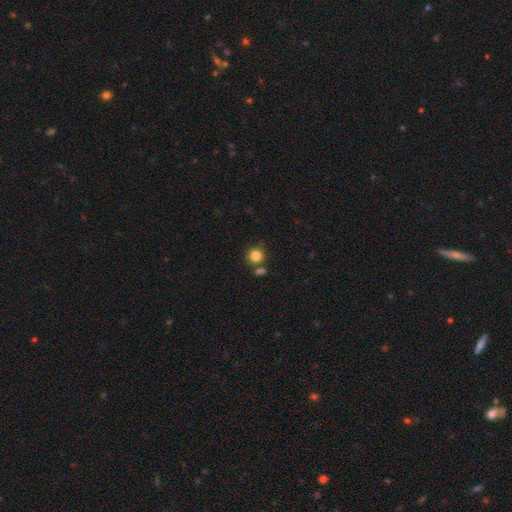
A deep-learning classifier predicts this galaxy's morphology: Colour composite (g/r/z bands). It shows a smooth galaxy with no disk features (84%) that is round (91%). Merging: none (72%).